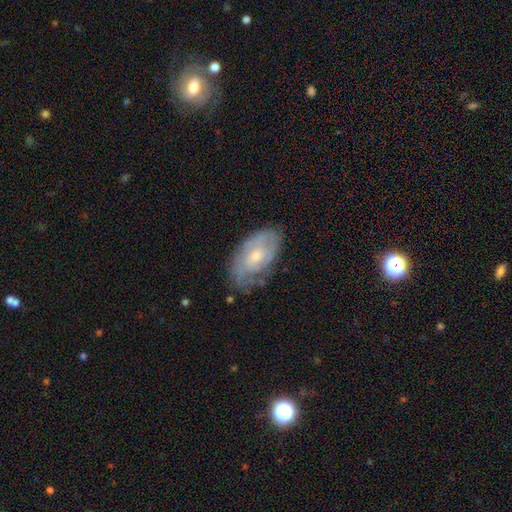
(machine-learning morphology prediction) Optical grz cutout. It shows a featured or disk galaxy (62%) with no bar (72%), spiral arms (74%) and a small central bulge (47%, tied with moderate). Merging: none (66%).